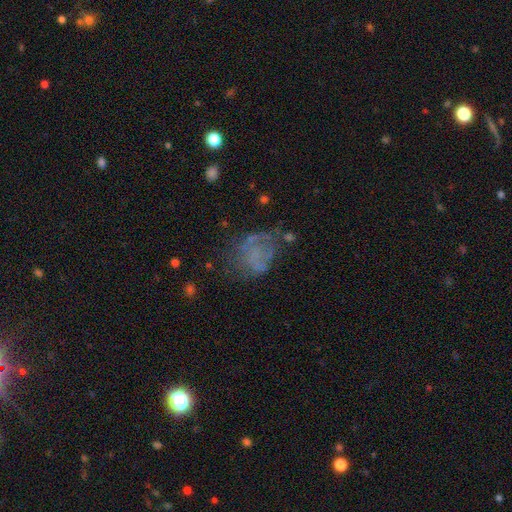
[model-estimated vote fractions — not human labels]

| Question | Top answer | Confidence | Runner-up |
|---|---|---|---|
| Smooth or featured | featured or disk | 44% | smooth (37%) |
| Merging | none | 37% | major disturbance (36%) |